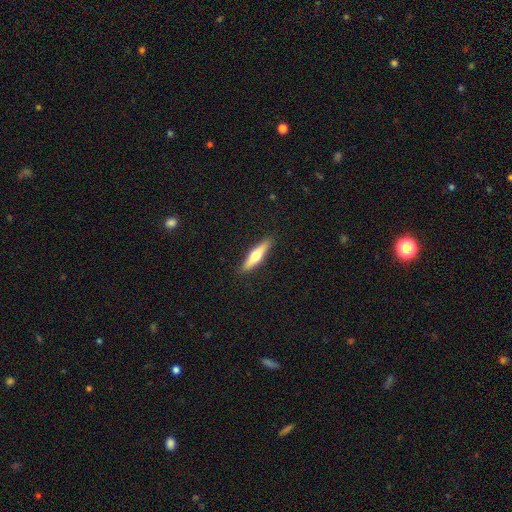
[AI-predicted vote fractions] Smooth or featured? Predicted: smooth (p=0.49). Merging? Predicted: none (p=0.90).